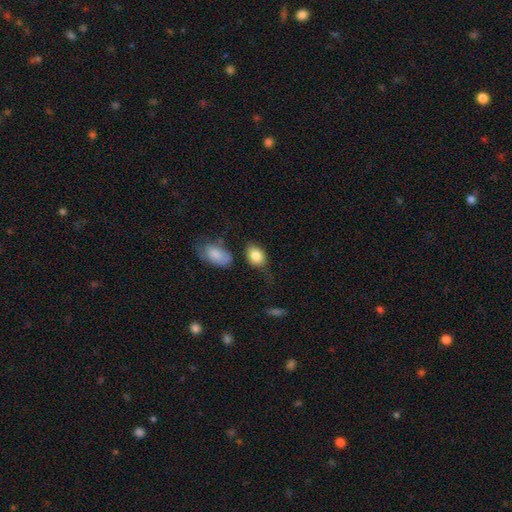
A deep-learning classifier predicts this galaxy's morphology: Overall: smooth (84%). How rounded: in between (75%). Merging: none (51%; minor disturbance 28%).